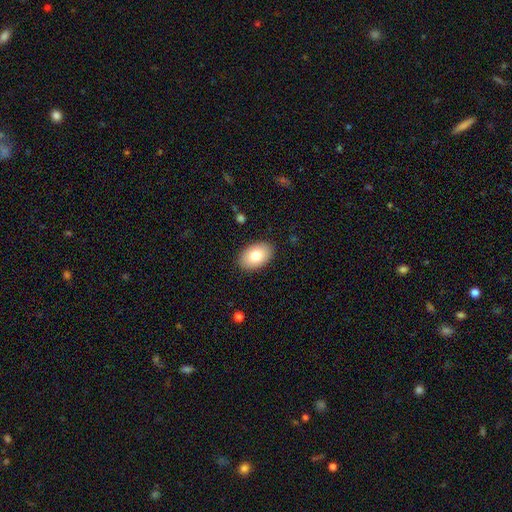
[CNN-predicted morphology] The model was most divided on "smooth or featured": smooth: 80%, featured or disk: 13%, star or artifact: 7%. More confident: how rounded — in between (91%); merging — none (88%).